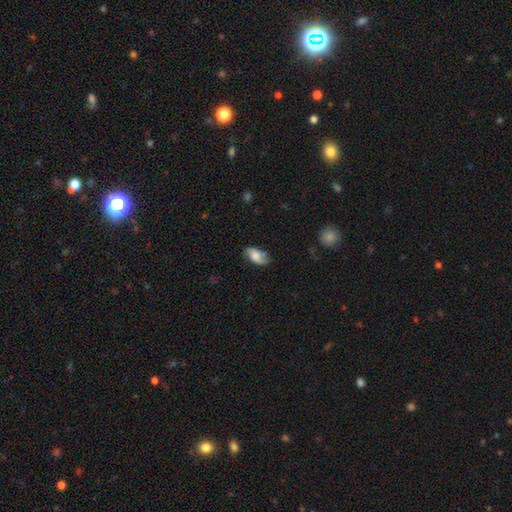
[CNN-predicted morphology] Smooth or featured? smooth (58%)
How rounded? in between (91%)
Merging? none (72%)